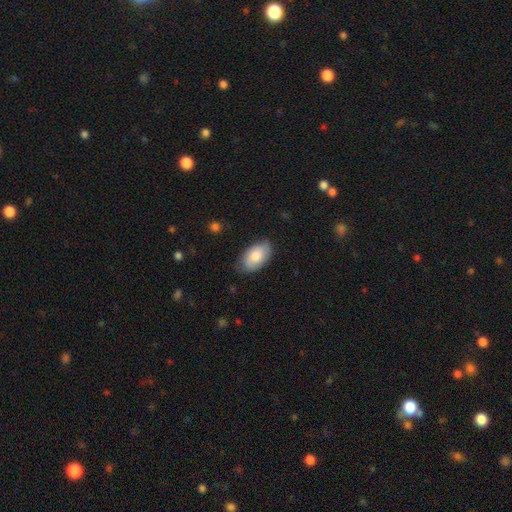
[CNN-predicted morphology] Smooth or featured: smooth — 72% (featured or disk — 22%)
How rounded: in between — 94% (round — 4%)
Merging: none — 77% (minor disturbance — 19%)